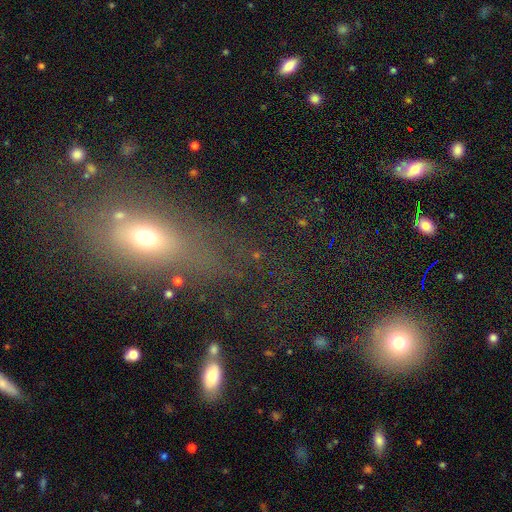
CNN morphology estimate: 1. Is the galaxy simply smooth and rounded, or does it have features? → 49% smooth, 26% featured or disk, 25% star or artifact.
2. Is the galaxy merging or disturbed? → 53% none, 22% major disturbance, 19% minor disturbance, 6% merger.